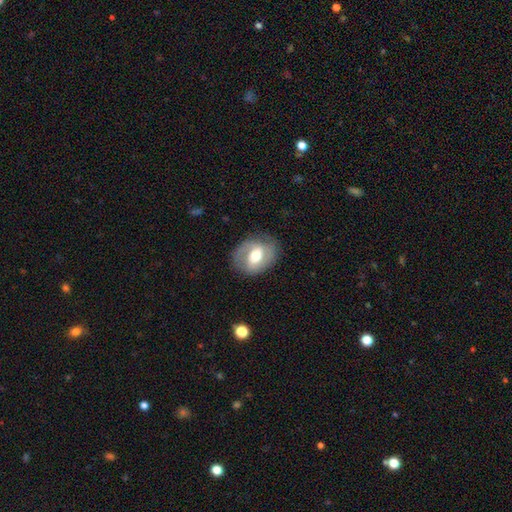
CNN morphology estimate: Overall: featured or disk (59%; smooth 34%). Edge-on disk: no (95%). Bar: weak (43%; strong 30%). Spiral arms: yes (69%; no 31%). Bulge size: moderate (68%). Merging: none (76%).